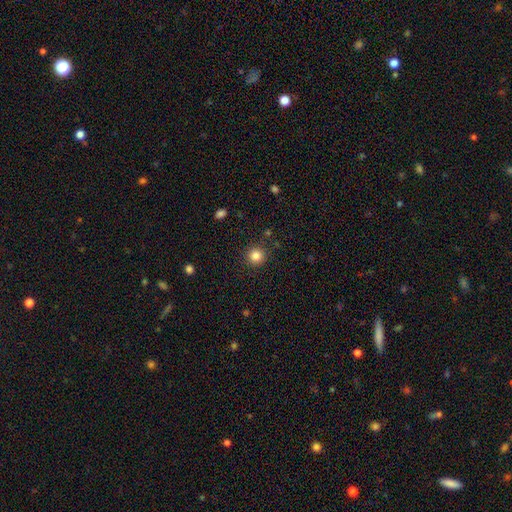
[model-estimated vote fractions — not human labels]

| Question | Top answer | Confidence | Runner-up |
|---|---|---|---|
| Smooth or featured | smooth | 84% | star or artifact (11%) |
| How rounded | round | 93% | in between (6%) |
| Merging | none | 90% | minor disturbance (6%) |